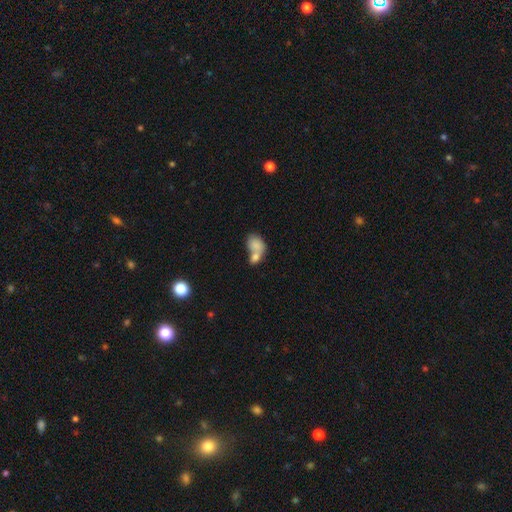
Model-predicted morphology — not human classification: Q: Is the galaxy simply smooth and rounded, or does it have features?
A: smooth — 80%.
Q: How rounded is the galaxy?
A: in between — 73%.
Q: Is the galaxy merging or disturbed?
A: merger — 66%.